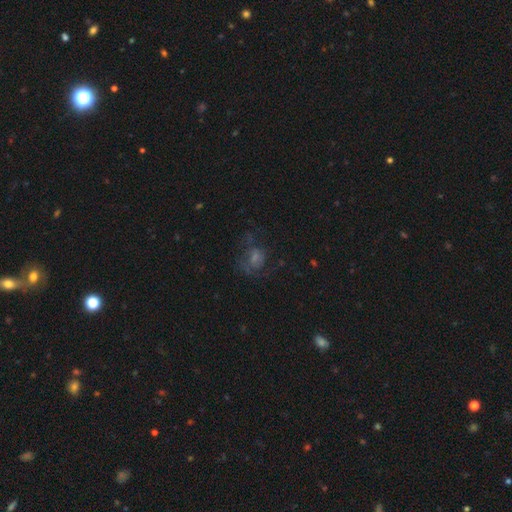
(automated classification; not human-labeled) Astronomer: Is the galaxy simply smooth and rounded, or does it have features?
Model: featured or disk — 37% (runner-up: smooth, 35%).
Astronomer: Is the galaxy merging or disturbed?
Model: none — 50% (runner-up: major disturbance, 28%).